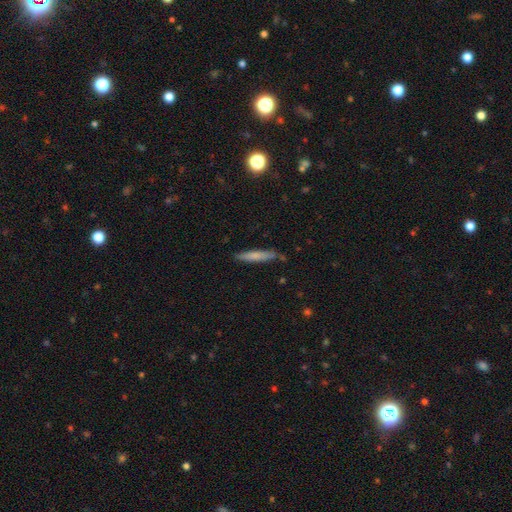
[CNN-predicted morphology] type=smooth (70%); roundness=cigar-shaped (92%); merging=none (80%).